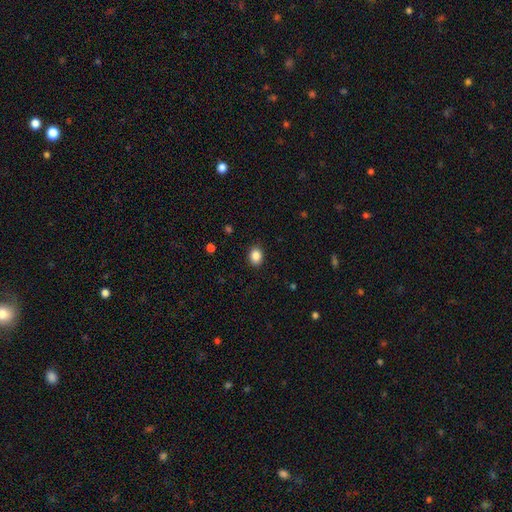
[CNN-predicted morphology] The model was most divided on "how rounded": in between: 57%, round: 42%, cigar-shaped: 1%. More confident: merging — none (89%); smooth or featured — smooth (87%).